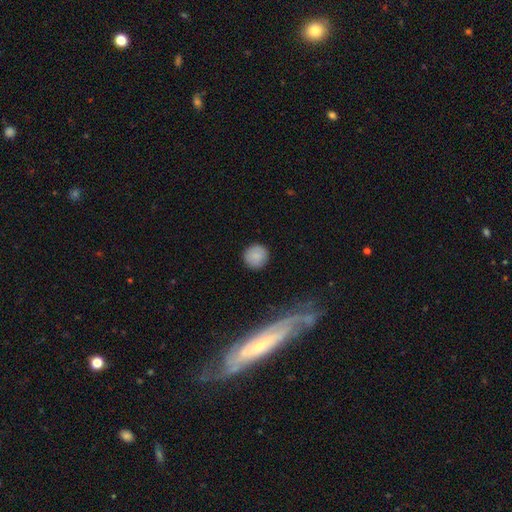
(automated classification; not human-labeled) Morphology: type=smooth (85%); roundness=round (94%); merging=none (90%).